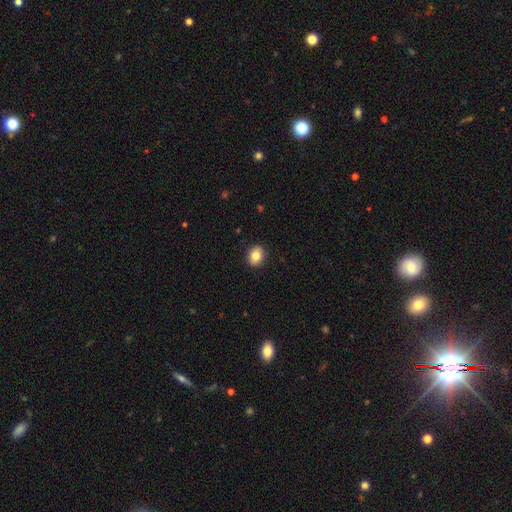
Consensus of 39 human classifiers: Q: Smooth or featured?
A: smooth (87%); runner-up: featured or disk (8%)
Q: How rounded?
A: in between (65%); runner-up: round (35%)
Q: Merging?
A: none (95%); runner-up: minor disturbance (3%)